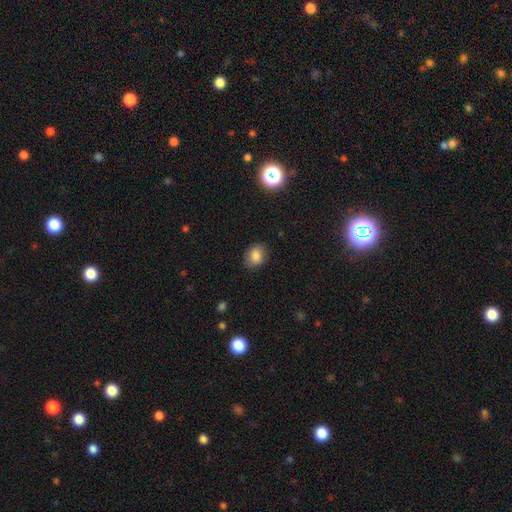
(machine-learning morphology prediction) The model was most divided on "how rounded": in between: 60%, round: 39%, cigar-shaped: 1%. More confident: smooth or featured — smooth (84%); merging — none (83%).